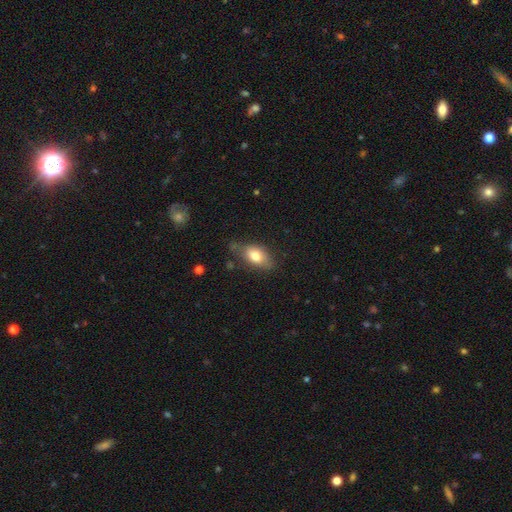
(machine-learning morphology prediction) type=smooth (76%); roundness=in between (86%); merging=none (62%).